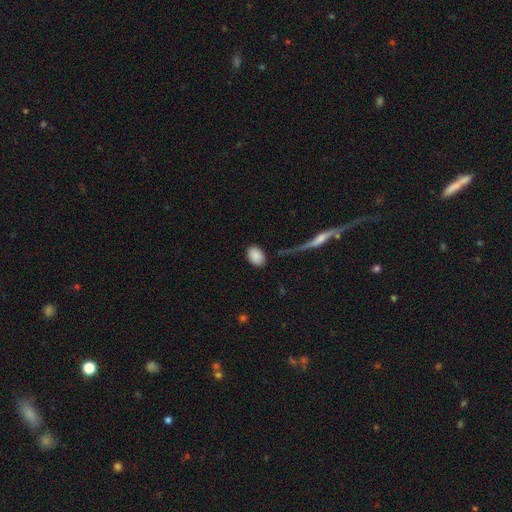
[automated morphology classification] A smooth galaxy with no disk features (89%) that is in between round and cigar-shaped (86%). Merging: none (81%).